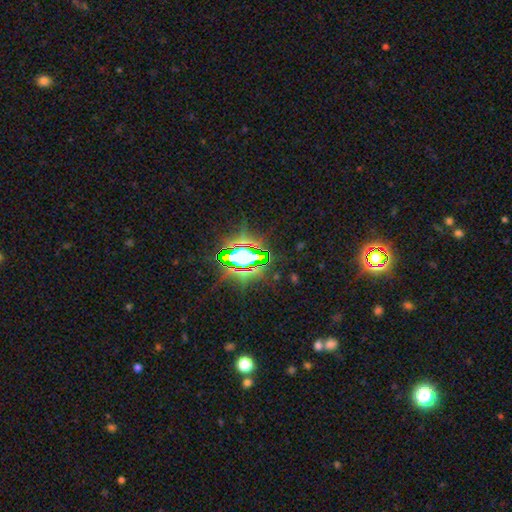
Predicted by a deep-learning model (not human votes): star or artifact 79%, smooth 12%, featured or disk 9%.